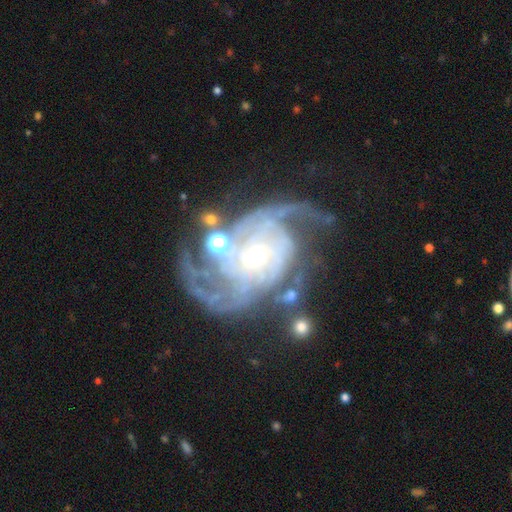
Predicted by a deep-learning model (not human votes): Smooth or featured? featured or disk (88%)
Edge-on disk? no (98%)
Bar? no (67%)
Spiral arms? yes (96%)
Spiral winding? tight (45%)
Spiral arm count? 2 (26%)
Bulge size? small (66%)
Merging? none (42%)